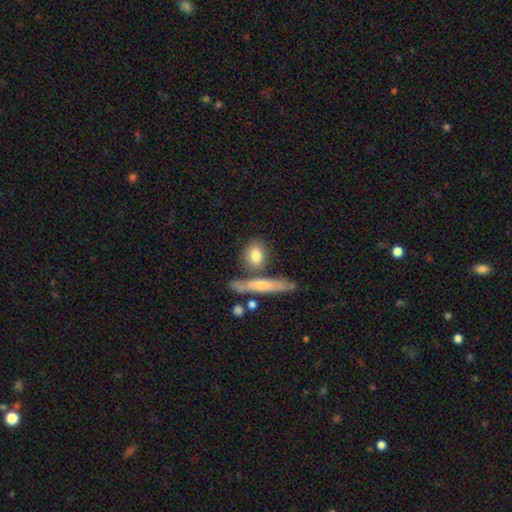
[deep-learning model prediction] This appears to be a smooth galaxy with no disk features (75%) that is round (48%). Merging: none (67%).